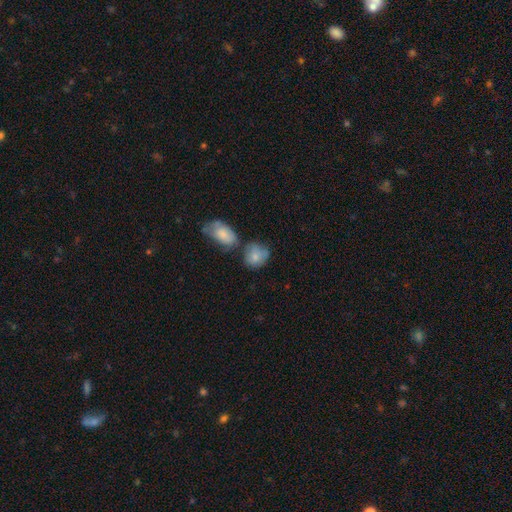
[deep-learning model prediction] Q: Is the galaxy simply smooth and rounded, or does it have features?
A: smooth — 78%.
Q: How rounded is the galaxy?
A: round — 58%.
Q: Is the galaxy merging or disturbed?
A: none — 42%.